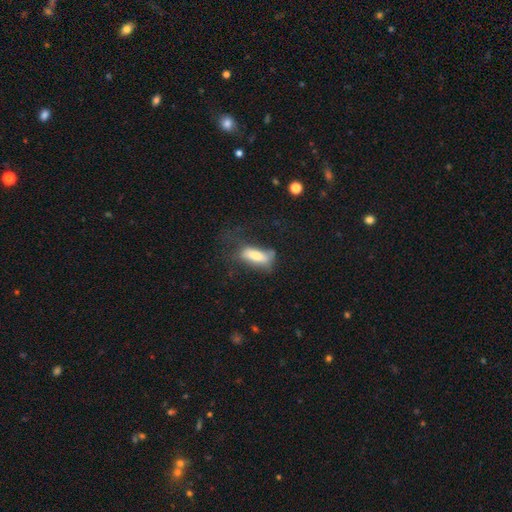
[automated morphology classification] smooth_or_featured: smooth (p=0.70) [alt: featured or disk p=0.21]
how_rounded: in between (p=0.67) [alt: cigar-shaped p=0.31]
merging: none (p=0.36) [alt: major disturbance p=0.33]